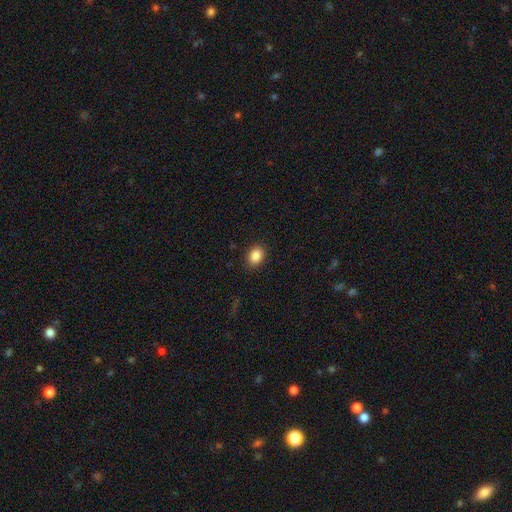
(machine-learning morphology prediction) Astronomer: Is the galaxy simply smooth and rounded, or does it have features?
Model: smooth — 87%.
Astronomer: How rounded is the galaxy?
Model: in between — 67%.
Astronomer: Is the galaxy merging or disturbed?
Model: none — 89%.